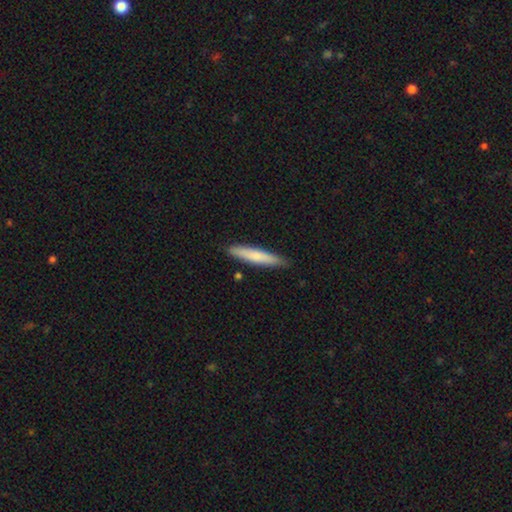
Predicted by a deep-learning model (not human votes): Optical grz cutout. It shows a smooth galaxy with no disk features (74%) that is cigar-shaped (91%). Merging: none (87%).